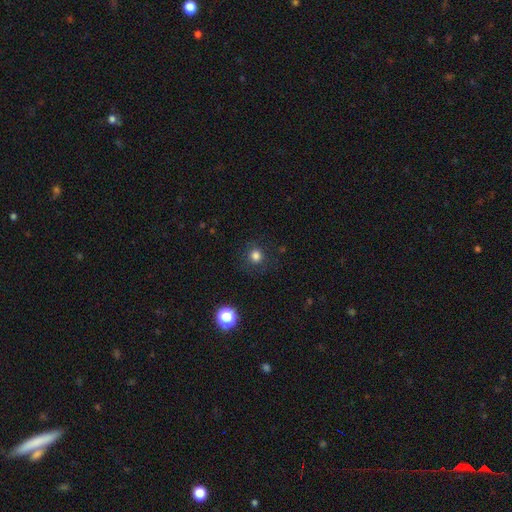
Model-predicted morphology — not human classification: Q: Smooth or featured?
A: smooth (80%); runner-up: star or artifact (15%)
Q: How rounded?
A: round (92%); runner-up: in between (7%)
Q: Merging?
A: none (87%); runner-up: minor disturbance (8%)